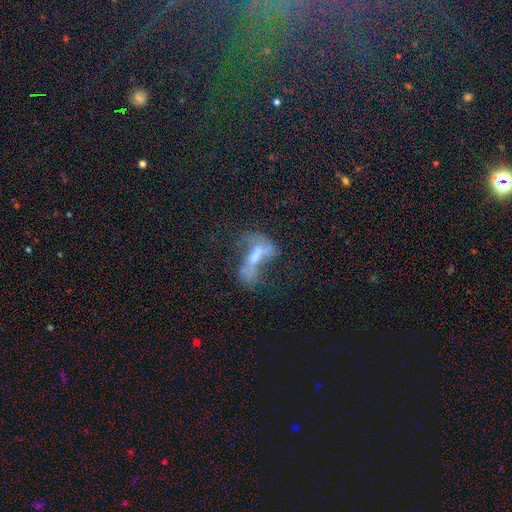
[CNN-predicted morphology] Smooth or featured? Predicted: featured or disk (p=0.56). Edge-on disk? Predicted: no (p=0.87). Merging? Predicted: major disturbance (p=0.36).